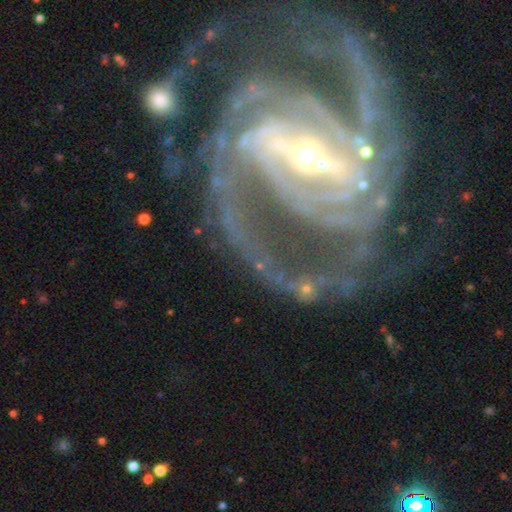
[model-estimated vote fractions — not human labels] This is clearly a featured or disk galaxy (93%). It is clearly not viewed edge-on (98%). Bar: likely strong (64%). Spiral arm pattern: clearly yes (98%). Spiral arm count: marginally 2 (42%). Spiral winding: possibly tight (46%). Central bulge: likely small (73%). Merging: likely none (60%).